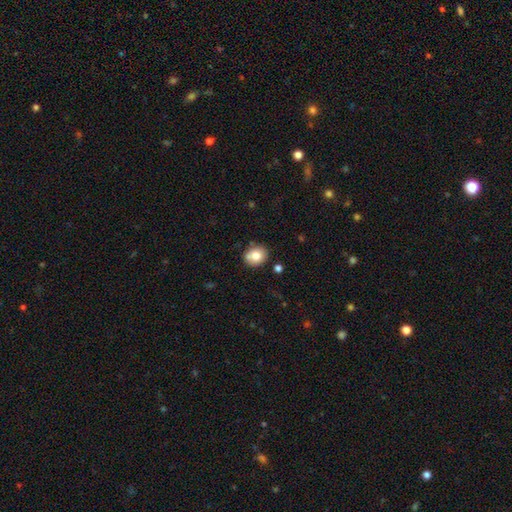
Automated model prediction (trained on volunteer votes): Smooth or featured? Predicted: smooth (p=0.77). How rounded? Predicted: round (p=0.68). Merging? Predicted: none (p=0.78).